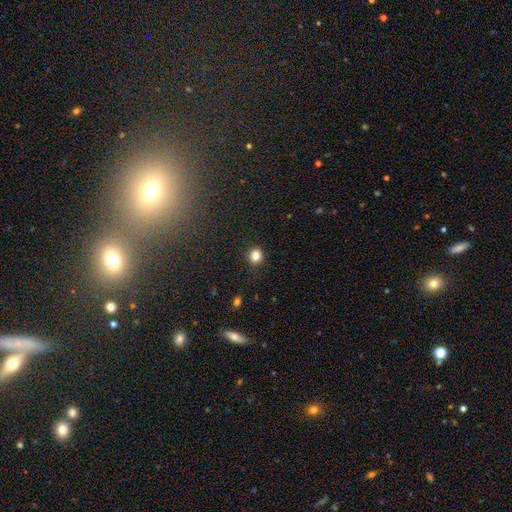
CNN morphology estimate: Smooth or featured: smooth — 84% (star or artifact — 12%)
How rounded: round — 91% (in between — 8%)
Merging: none — 91% (minor disturbance — 6%)